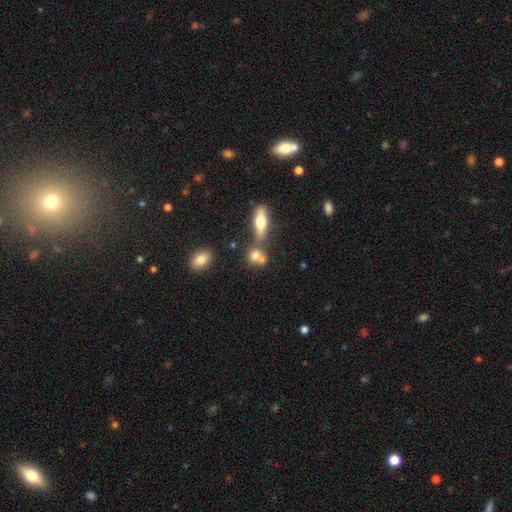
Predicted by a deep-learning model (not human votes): Smooth or featured? smooth (73%)
How rounded? round (59%)
Merging? merger (44%)